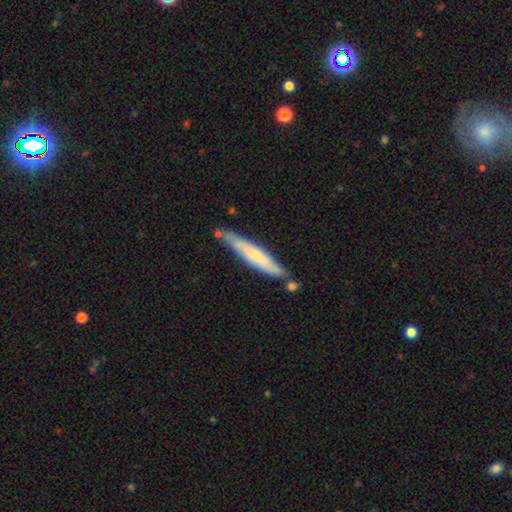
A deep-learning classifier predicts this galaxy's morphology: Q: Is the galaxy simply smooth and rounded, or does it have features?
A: smooth — 55%.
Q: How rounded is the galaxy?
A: cigar-shaped — 92%.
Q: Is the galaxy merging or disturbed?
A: none — 68%.